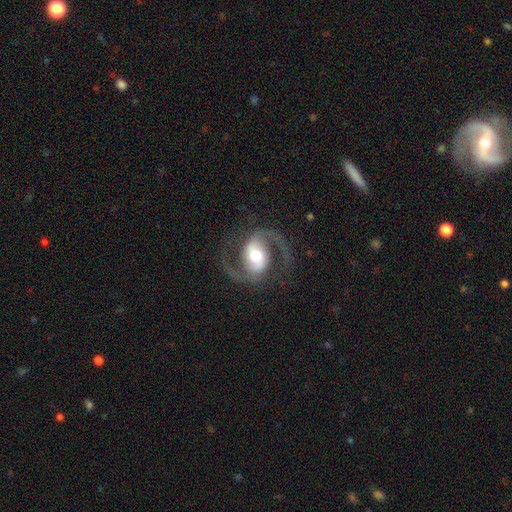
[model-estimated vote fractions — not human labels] smooth-or-featured: featured or disk: 91% | smooth: 5% | star or artifact: 4%
  disk-edge-on: no: 98% | yes: 2%
    bar: weak: 37% | no: 32% | strong: 31%
    has-spiral-arms: yes: 97% | no: 3%
      spiral-winding: medium: 55% | loose: 35% | tight: 11%
      spiral-arm-count: 2: 94% | 1: 2% | can't tell: 1% | 3: 1% | 4: 1% | more than 4: 1%
    bulge-size: moderate: 66% | large: 19% | small: 11% | dominant: 2% | none: 1%
  merging: none: 80% | minor disturbance: 10% | major disturbance: 8% | merger: 1%